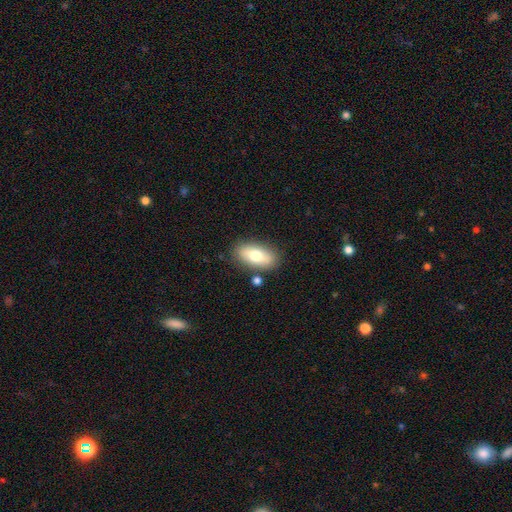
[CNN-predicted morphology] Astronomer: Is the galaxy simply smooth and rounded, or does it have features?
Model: smooth — 71%.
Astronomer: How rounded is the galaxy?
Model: in between — 89%.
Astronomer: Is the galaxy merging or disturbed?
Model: none — 81%.